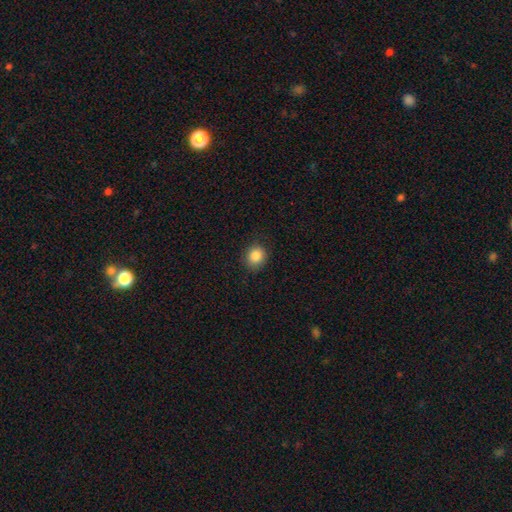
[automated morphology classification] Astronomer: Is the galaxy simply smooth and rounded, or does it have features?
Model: smooth — 86%.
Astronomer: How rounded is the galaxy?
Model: round — 71%.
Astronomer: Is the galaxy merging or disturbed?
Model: none — 86%.